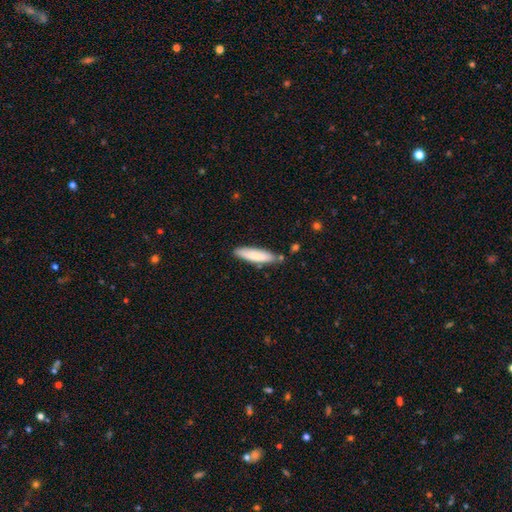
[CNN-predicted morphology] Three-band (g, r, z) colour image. It shows a smooth galaxy with no disk features (81%) that is cigar-shaped (74%). Merging: none (78%).